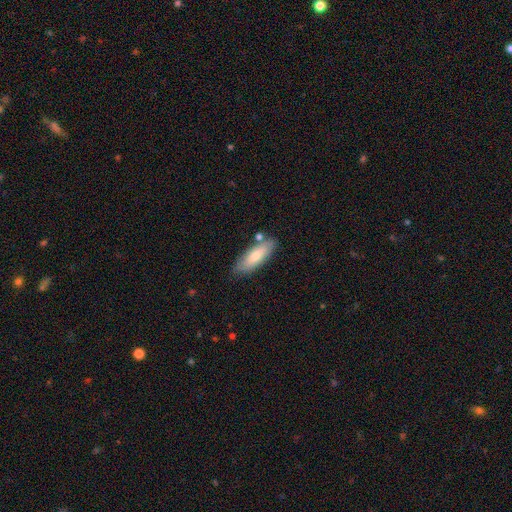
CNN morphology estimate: A smooth galaxy with no disk features (72%) that is in between round and cigar-shaped (61%). Merging: none (75%).